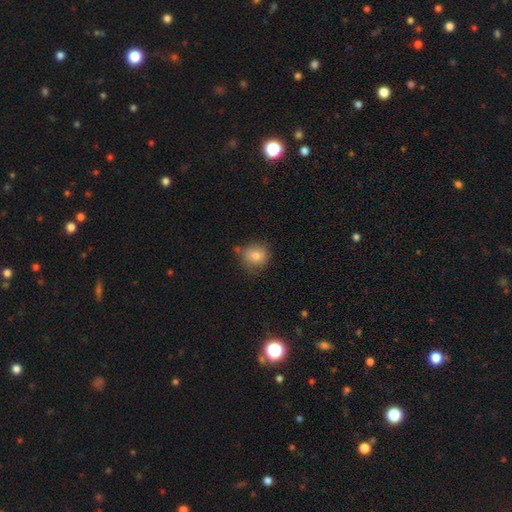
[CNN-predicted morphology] This appears to be a smooth galaxy with no disk features (77%) that is round (84%). Merging: none (68%).